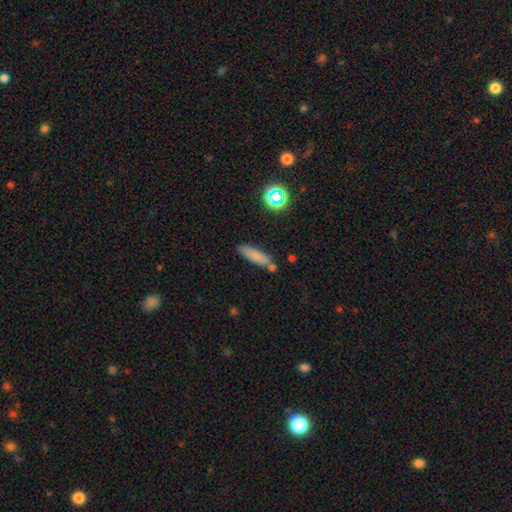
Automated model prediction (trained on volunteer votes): This appears to be a smooth galaxy with no disk features (78%) that is cigar-shaped (67%). Merging: none (72%).